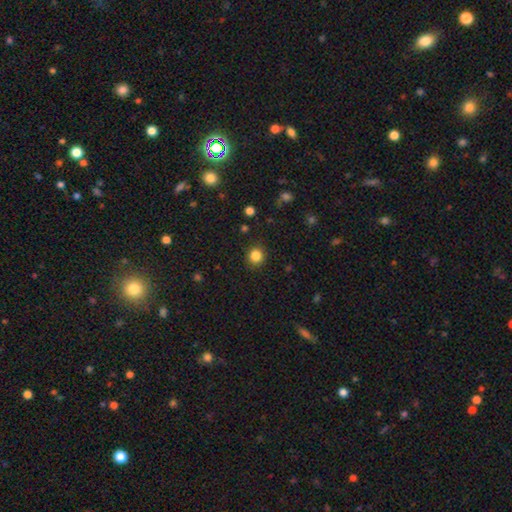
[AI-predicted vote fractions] This appears to be a smooth galaxy with no disk features (84%) that is round (92%). Merging: none (90%).